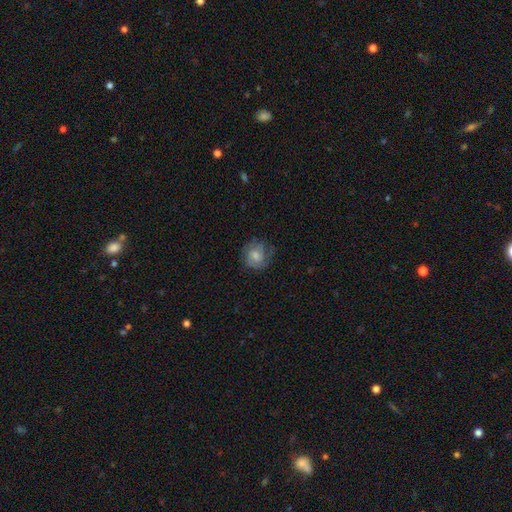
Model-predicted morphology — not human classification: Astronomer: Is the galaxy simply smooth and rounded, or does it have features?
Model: smooth — 53% (runner-up: featured or disk, 39%).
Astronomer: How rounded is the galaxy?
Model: round — 81%.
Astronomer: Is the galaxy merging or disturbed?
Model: none — 68%.